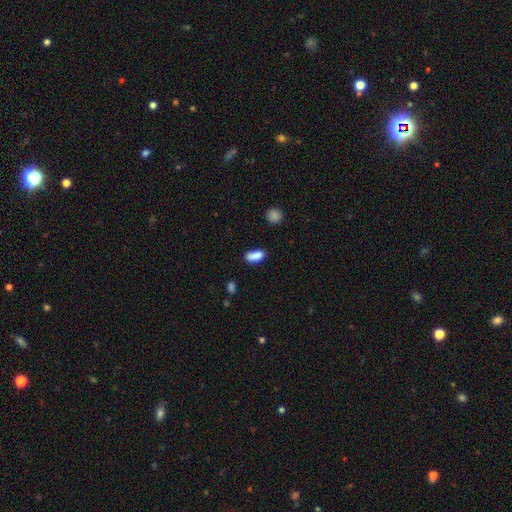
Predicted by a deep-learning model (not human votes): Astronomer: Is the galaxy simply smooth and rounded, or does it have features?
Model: smooth — 83%.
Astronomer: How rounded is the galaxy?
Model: in between — 77%.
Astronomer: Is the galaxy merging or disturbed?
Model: none — 58%.